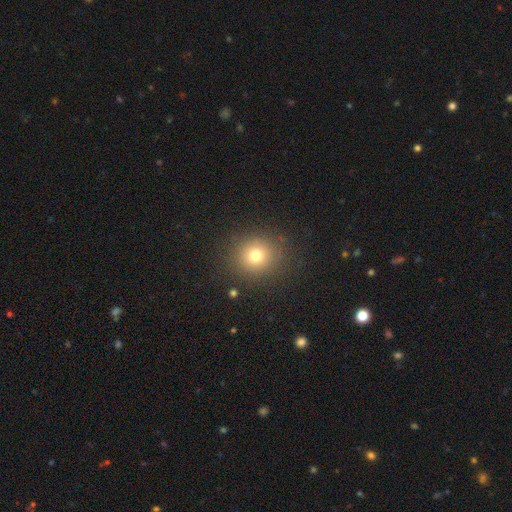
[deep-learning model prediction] The model was most divided on "smooth or featured": smooth: 76%, star or artifact: 15%, featured or disk: 10%. More confident: merging — none (86%); how rounded — round (86%).